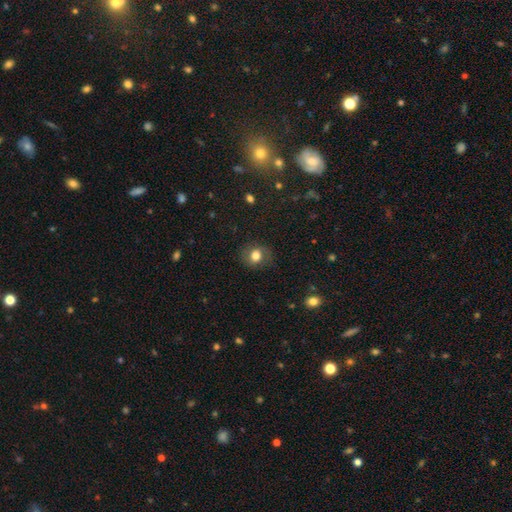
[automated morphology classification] A smooth galaxy with no disk features (75%) that is round (68%). Merging: none (79%).